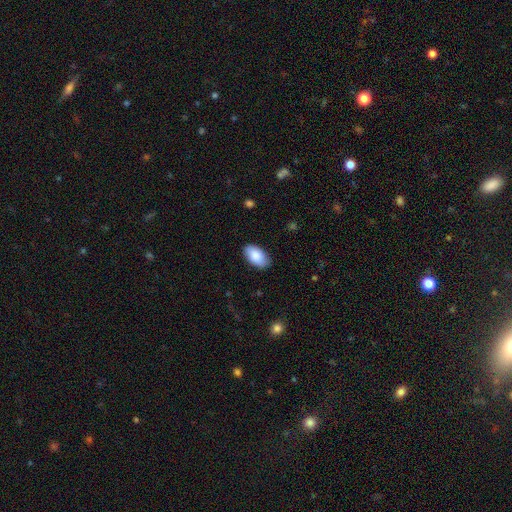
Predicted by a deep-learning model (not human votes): This appears to be a smooth galaxy with no disk features (86%) that is in between round and cigar-shaped (95%). Merging: none (86%).